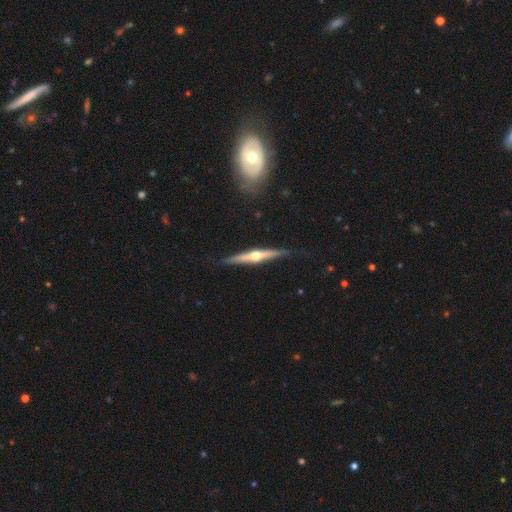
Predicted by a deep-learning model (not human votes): A featured or disk galaxy (73%) viewed edge-on (97%) with a rounded central bulge (92%). Merging: none (86%).